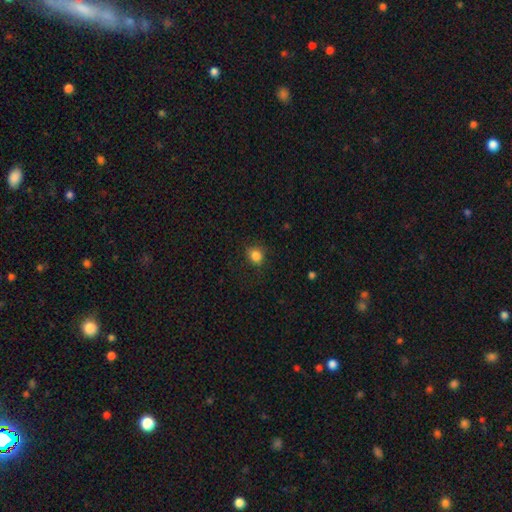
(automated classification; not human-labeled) The model was most divided on "how rounded": round: 73%, in between: 26%, cigar-shaped: 1%. More confident: smooth or featured — smooth (85%); merging — none (83%).